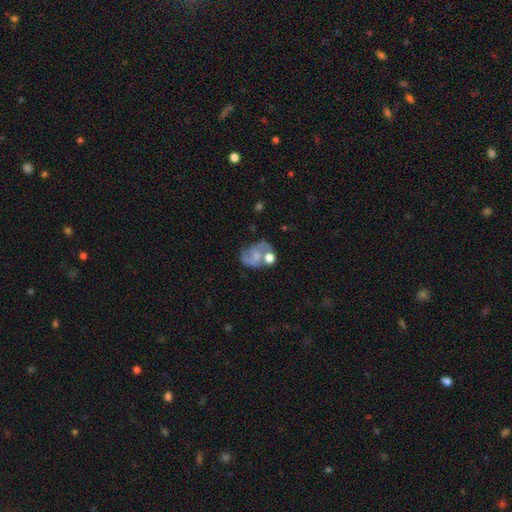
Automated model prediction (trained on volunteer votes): Smooth or featured? featured or disk (54%)
Edge-on disk? no (97%)
Bar? no (75%)
Spiral arms? yes (59%)
Bulge size? moderate (37%, tied with small)
Merging? none (31%)